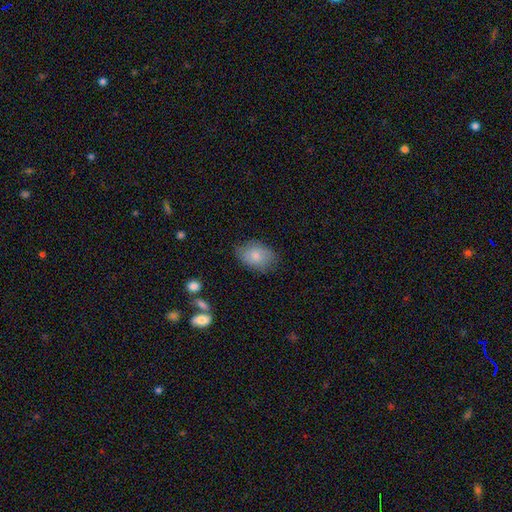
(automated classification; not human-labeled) Smooth or featured: smooth — 81% (featured or disk — 13%)
How rounded: in between — 80% (round — 18%)
Merging: none — 74% (minor disturbance — 20%)